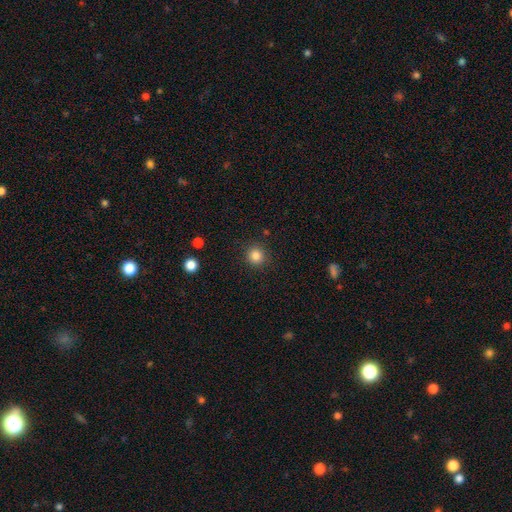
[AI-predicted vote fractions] Smooth or featured? Predicted: smooth (p=0.84). How rounded? Predicted: round (p=0.93). Merging? Predicted: none (p=0.90).